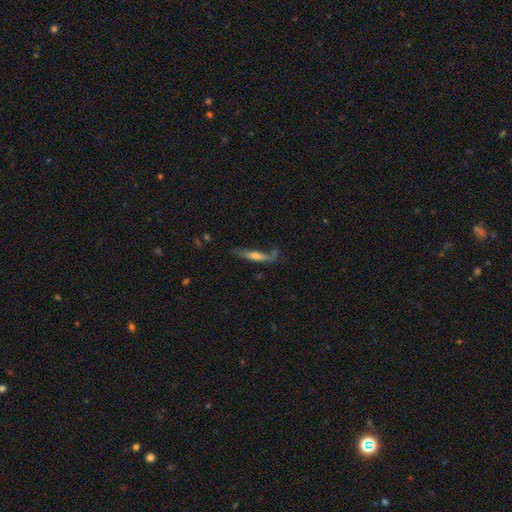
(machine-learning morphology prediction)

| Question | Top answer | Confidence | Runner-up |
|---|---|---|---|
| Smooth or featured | featured or disk | 52% | smooth (39%) |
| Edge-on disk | yes | 74% | no (26%) |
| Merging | none | 52% | minor disturbance (24%) |